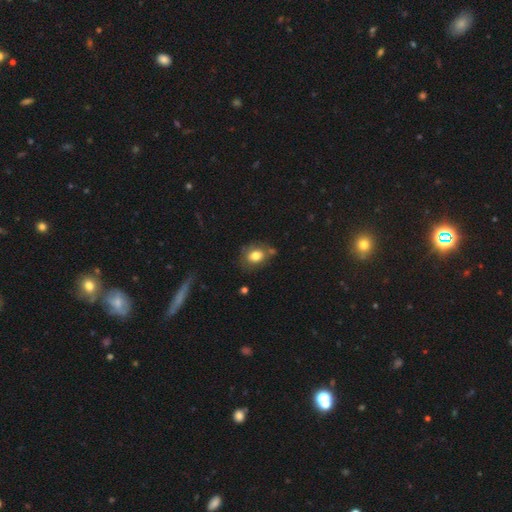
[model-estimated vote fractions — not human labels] smooth 79%, featured or disk 12%, star or artifact 9%. Down the decision tree: how rounded — in between (52%); merging — none (65%).